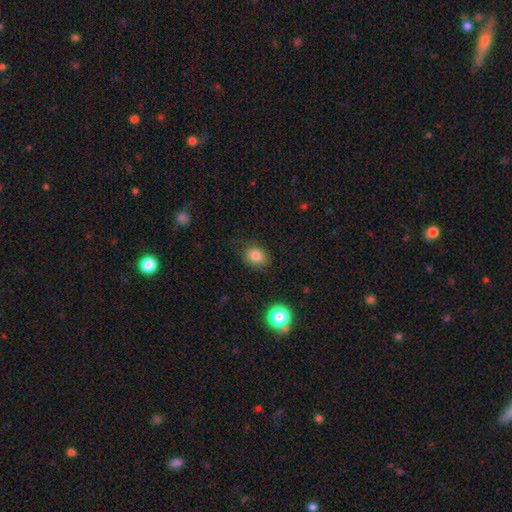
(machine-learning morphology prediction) Overall: smooth (82%). How rounded: round (51%; in between 48%). Merging: none (83%).